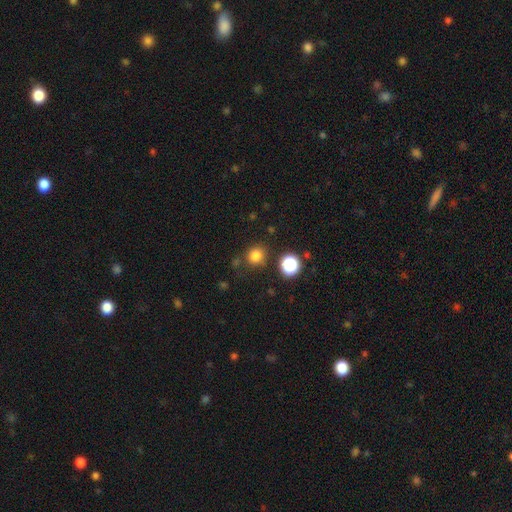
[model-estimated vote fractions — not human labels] Morphology: type=smooth (80%); roundness=round (86%); merging=none (80%).